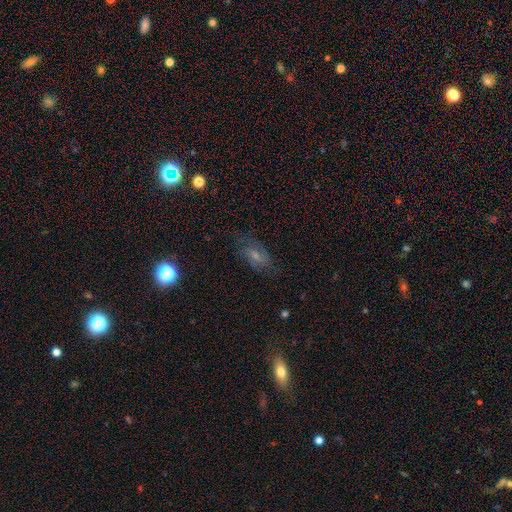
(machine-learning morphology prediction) Overall: featured or disk (53%; smooth 32%). Edge-on disk: no (94%). Merging: none (65%).